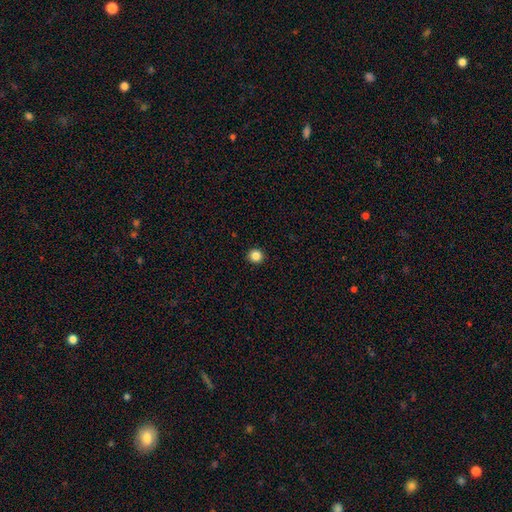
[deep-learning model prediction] Q: Smooth or featured?
A: smooth (85%); runner-up: star or artifact (11%)
Q: How rounded?
A: round (95%); runner-up: in between (4%)
Q: Merging?
A: none (94%); runner-up: minor disturbance (4%)